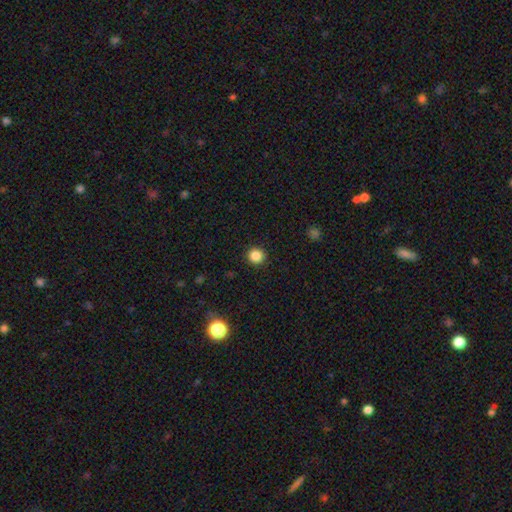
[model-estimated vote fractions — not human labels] smooth_or_featured: smooth (p=0.85) [alt: star or artifact p=0.11]
how_rounded: round (p=0.92) [alt: in between p=0.07]
merging: none (p=0.92) [alt: minor disturbance p=0.05]